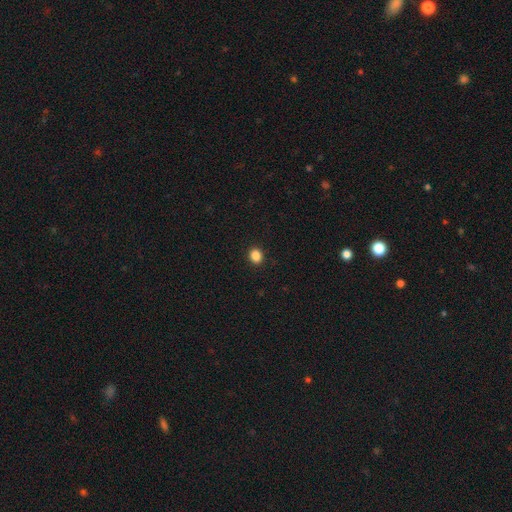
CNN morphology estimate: Q: Smooth or featured?
A: smooth (86%); runner-up: star or artifact (11%)
Q: How rounded?
A: round (67%); runner-up: in between (32%)
Q: Merging?
A: none (92%); runner-up: minor disturbance (5%)